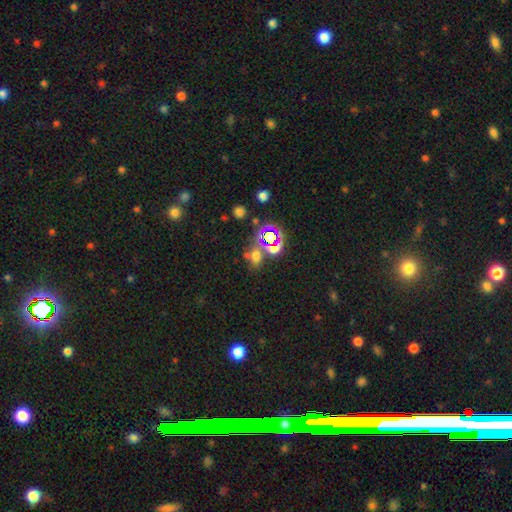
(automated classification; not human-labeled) Smooth or featured? smooth (48%)
Merging? none (60%)